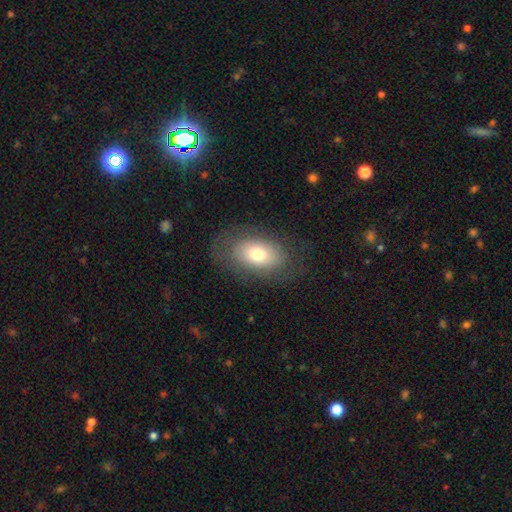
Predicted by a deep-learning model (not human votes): A smooth galaxy with no disk features (66%) that is in between round and cigar-shaped (89%).

Vote fractions:
- Smooth or featured? smooth: 66% / featured or disk: 26% / star or artifact: 8%
- How rounded? in between: 89% / round: 10% / cigar-shaped: 2%
- Merging? none: 74% / minor disturbance: 16% / major disturbance: 9% / merger: 1%